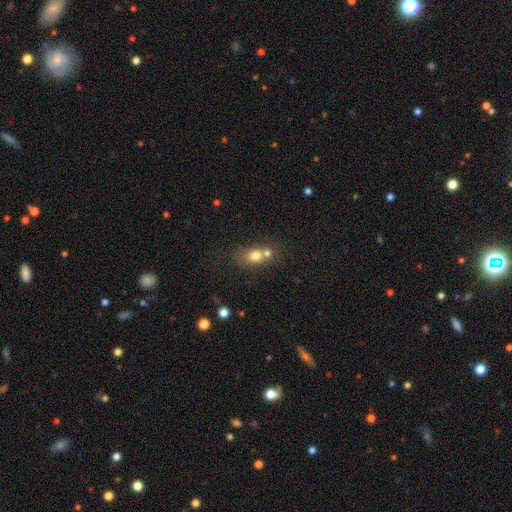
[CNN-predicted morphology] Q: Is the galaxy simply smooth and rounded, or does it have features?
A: smooth — 73%.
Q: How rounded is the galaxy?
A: in between — 52%.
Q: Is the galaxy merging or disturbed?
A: merger — 49%.